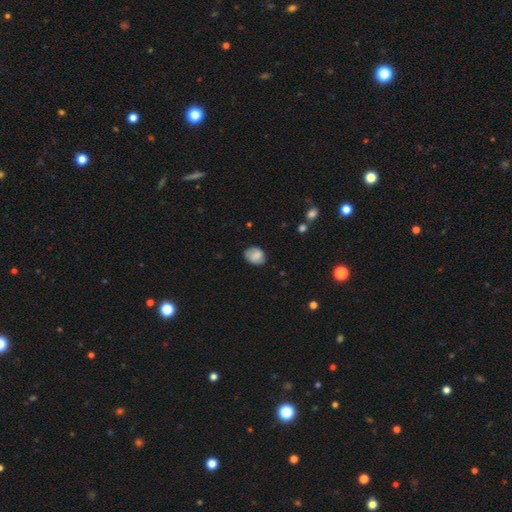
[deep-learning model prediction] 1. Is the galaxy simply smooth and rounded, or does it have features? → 77% smooth, 15% featured or disk, 8% star or artifact.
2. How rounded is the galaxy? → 52% in between, 47% round, 1% cigar-shaped.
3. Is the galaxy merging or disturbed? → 72% none, 22% minor disturbance, 5% major disturbance, 1% merger.